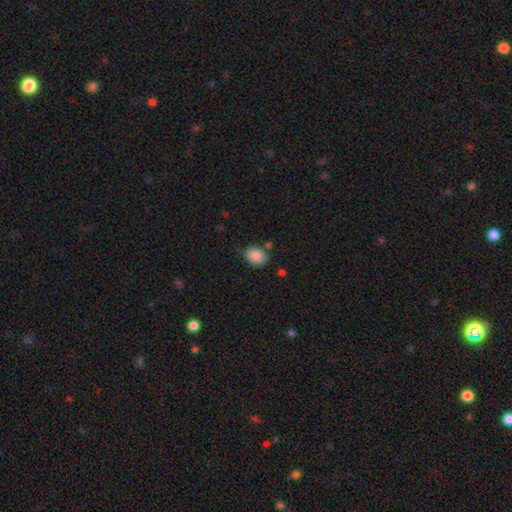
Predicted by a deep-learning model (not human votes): smooth 88%, star or artifact 8%, featured or disk 4%. Down the decision tree: how rounded — in between (52%); merging — none (77%).